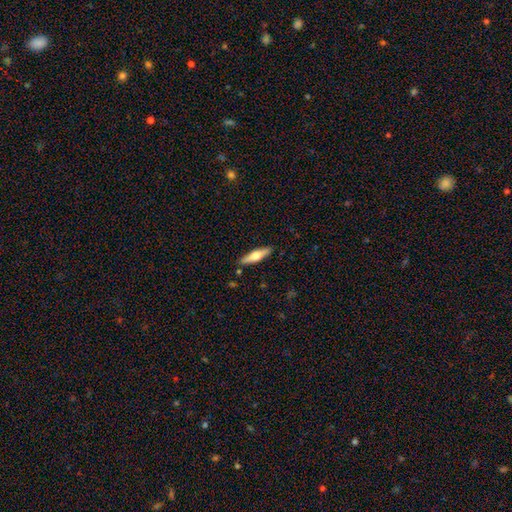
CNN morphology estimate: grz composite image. It shows a smooth galaxy with no disk features (51%) that is cigar-shaped (70%). Merging: none (88%).